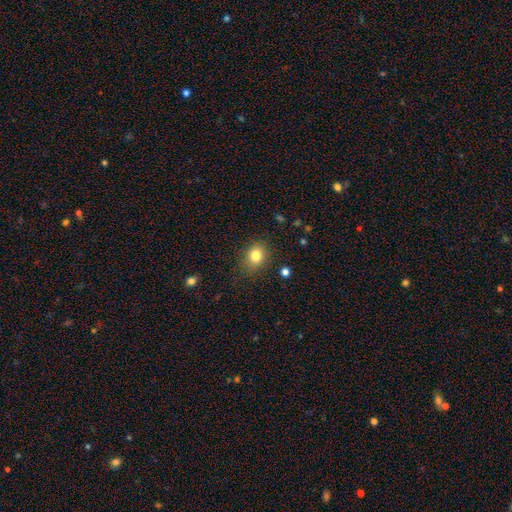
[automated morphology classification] Smooth or featured? smooth (81%)
How rounded? round (53%)
Merging? none (83%)